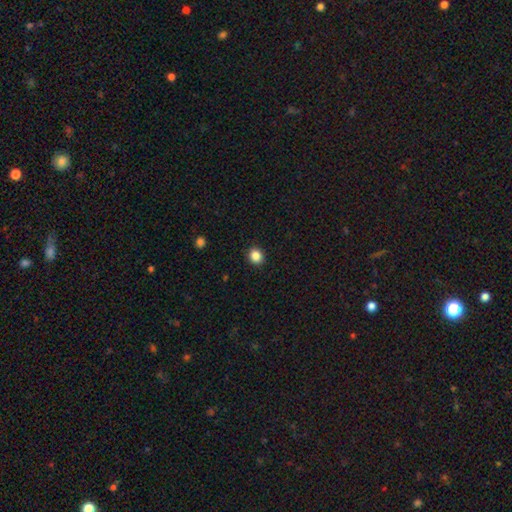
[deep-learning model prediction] Smooth or featured? Predicted: smooth (p=0.86). How rounded? Predicted: round (p=0.78). Merging? Predicted: none (p=0.92).